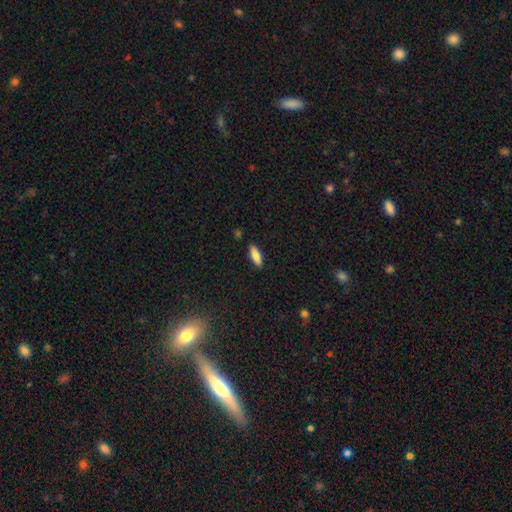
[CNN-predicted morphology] smooth_or_featured: smooth (p=0.83) [alt: featured or disk p=0.11]
how_rounded: in between (p=0.53) [alt: cigar-shaped p=0.45]
merging: none (p=0.88) [alt: minor disturbance p=0.09]